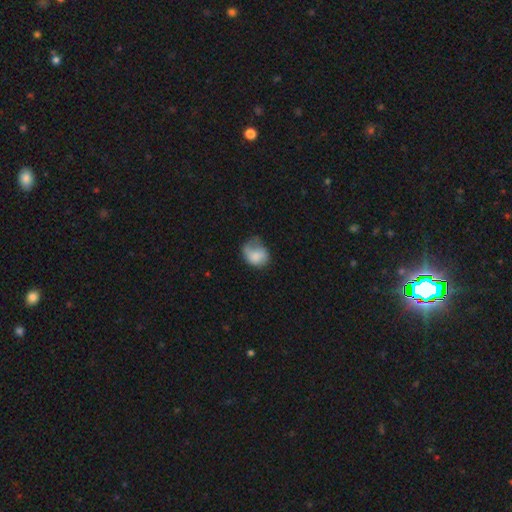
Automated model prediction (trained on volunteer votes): Smooth or featured?
  - smooth: 73% *
  - featured or disk: 19%
  - star or artifact: 8%
How rounded?
  - round: 50% *
  - in between: 49%
  - cigar-shaped: 1%
Merging?
  - minor disturbance: 36% *
  - none: 31%
  - major disturbance: 29%
  - merger: 4%